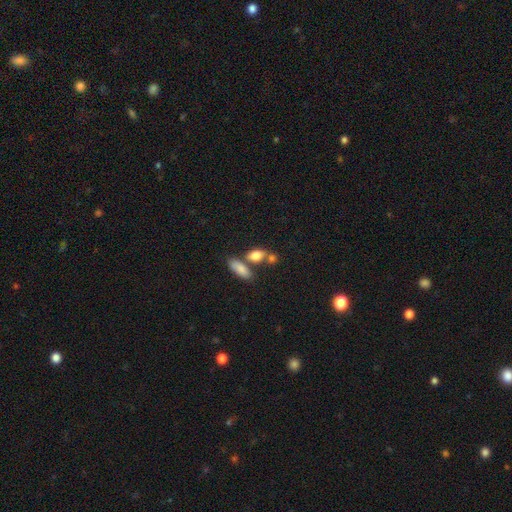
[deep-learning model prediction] Q: Smooth or featured?
A: smooth (81%); runner-up: featured or disk (11%)
Q: How rounded?
A: in between (77%); runner-up: round (14%)
Q: Merging?
A: none (51%); runner-up: merger (32%)